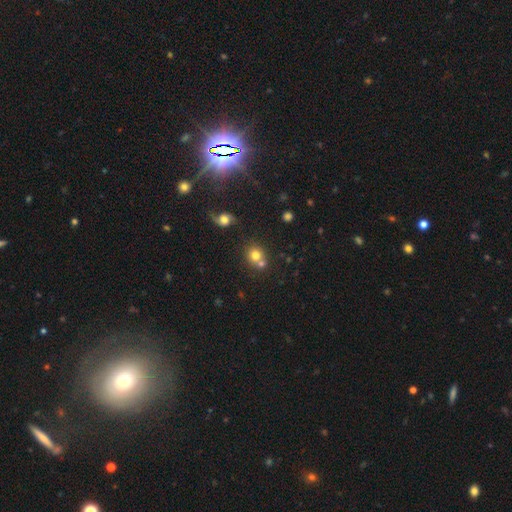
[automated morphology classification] This is likely a smooth galaxy (75%). How rounded: clearly round (82%). Merging: possibly none (50%).